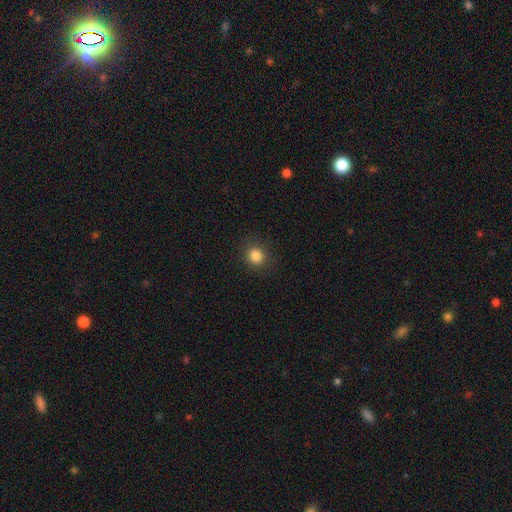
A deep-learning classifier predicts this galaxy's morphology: Smooth or featured? smooth (85%)
How rounded? round (84%)
Merging? none (88%)